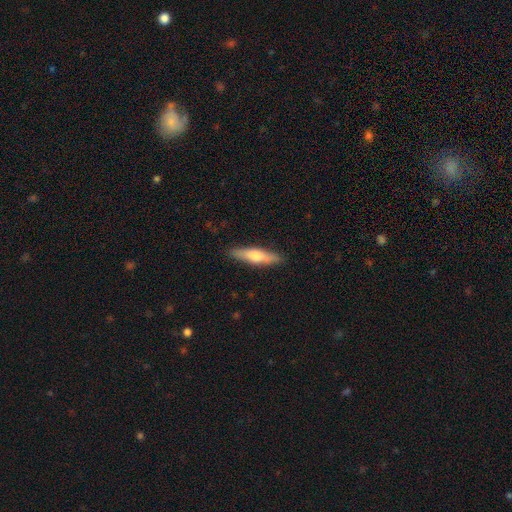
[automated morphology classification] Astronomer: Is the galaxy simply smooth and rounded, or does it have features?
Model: smooth — 52% (runner-up: featured or disk, 42%).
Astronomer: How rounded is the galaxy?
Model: cigar-shaped — 79%.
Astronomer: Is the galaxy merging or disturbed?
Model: none — 90%.